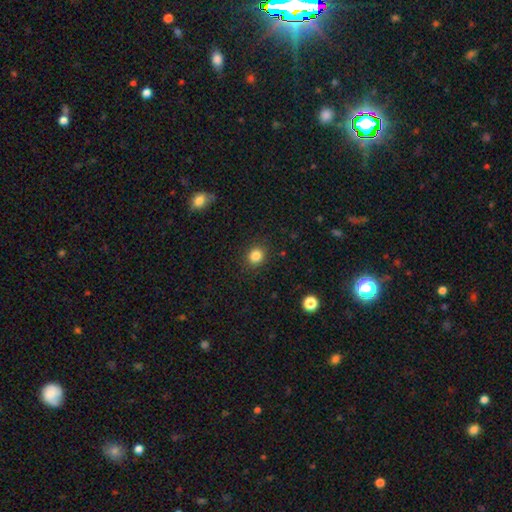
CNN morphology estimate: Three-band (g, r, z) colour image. It shows a smooth galaxy with no disk features (84%) that is round (79%). Merging: none (90%).